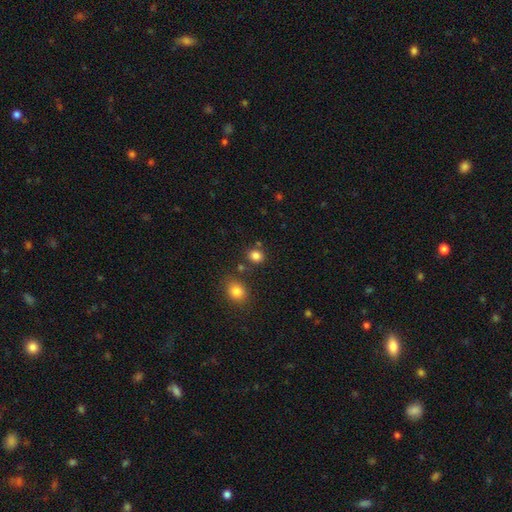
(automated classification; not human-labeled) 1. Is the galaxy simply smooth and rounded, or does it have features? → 83% smooth, 12% star or artifact, 4% featured or disk.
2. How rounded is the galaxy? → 73% round, 26% in between, 1% cigar-shaped.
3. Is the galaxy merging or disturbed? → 79% none, 10% minor disturbance, 8% merger, 3% major disturbance.